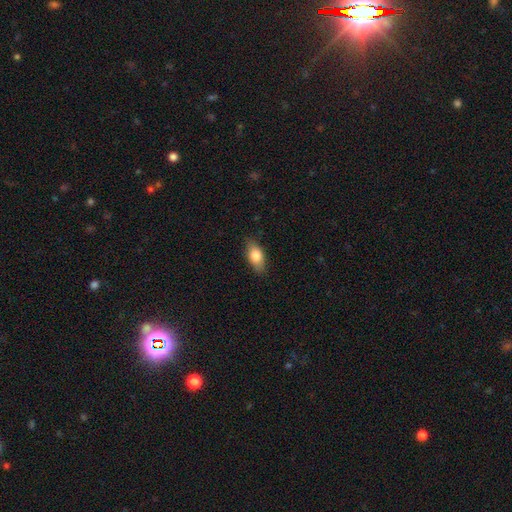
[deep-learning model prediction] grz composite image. It shows a smooth galaxy with no disk features (79%) that is in between round and cigar-shaped (85%). Merging: none (85%).